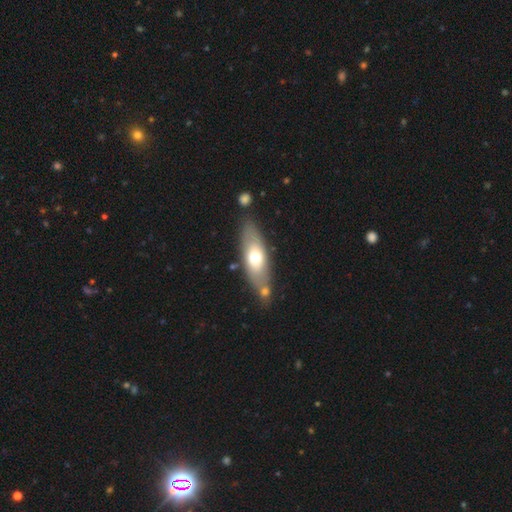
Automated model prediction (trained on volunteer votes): Smooth or featured? Predicted: smooth (p=0.52). How rounded? Predicted: in between (p=0.54). Merging? Predicted: none (p=0.71).